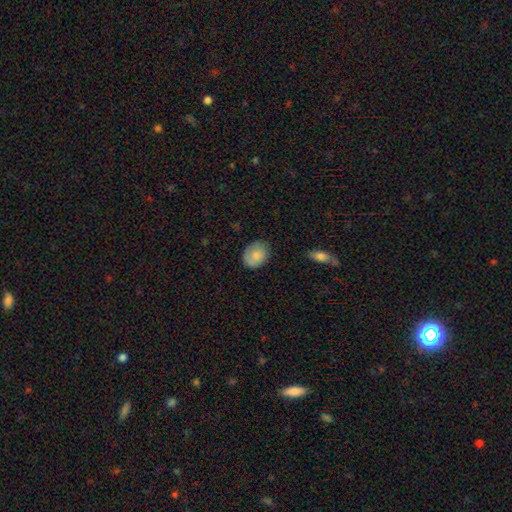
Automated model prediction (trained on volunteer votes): The model was most divided on "how rounded": in between: 57%, round: 42%, cigar-shaped: 1%. More confident: smooth or featured — smooth (81%); merging — none (75%).